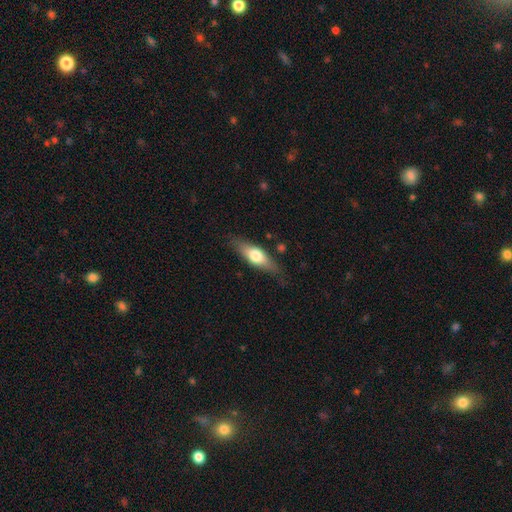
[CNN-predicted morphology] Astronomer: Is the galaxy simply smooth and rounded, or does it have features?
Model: smooth — 54% (runner-up: featured or disk, 40%).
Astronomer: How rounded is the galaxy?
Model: in between — 55% (runner-up: cigar-shaped, 41%).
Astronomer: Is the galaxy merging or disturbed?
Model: none — 78%.